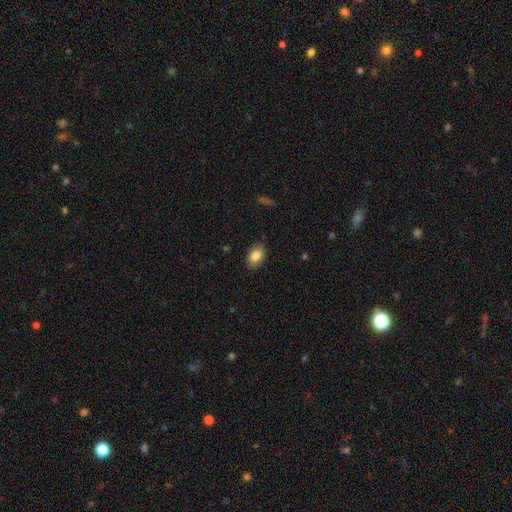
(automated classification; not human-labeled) A smooth galaxy with no disk features (84%) that is in between round and cigar-shaped (89%).

Vote fractions:
- Smooth or featured? smooth: 84% / featured or disk: 9% / star or artifact: 7%
- How rounded? in between: 89% / round: 10% / cigar-shaped: 1%
- Merging? none: 86% / minor disturbance: 10% / major disturbance: 2% / merger: 1%